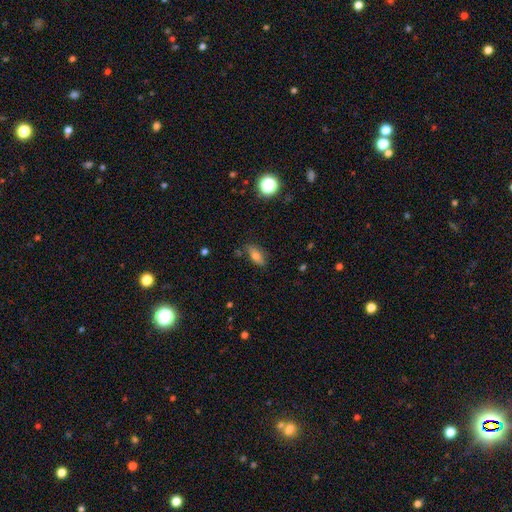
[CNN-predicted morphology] Overall: smooth (70%). How rounded: in between (79%). Merging: none (76%).